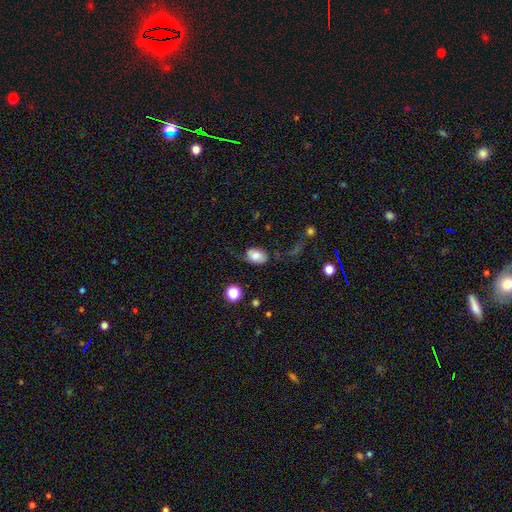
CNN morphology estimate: Q: Smooth or featured?
A: smooth (73%); runner-up: featured or disk (17%)
Q: How rounded?
A: in between (86%); runner-up: round (12%)
Q: Merging?
A: none (62%); runner-up: minor disturbance (25%)